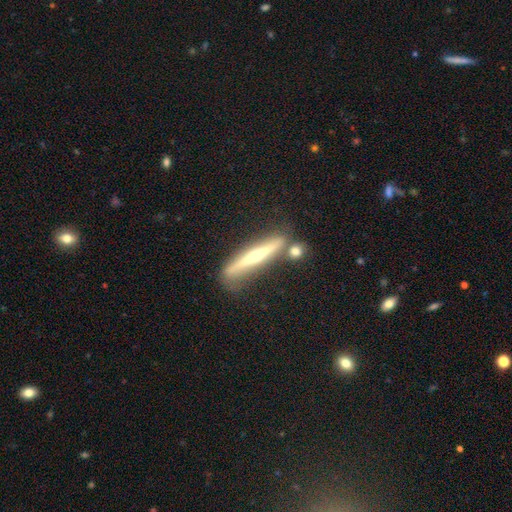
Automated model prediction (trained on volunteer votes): Overall: featured or disk (73%). Edge-on disk: yes (94%). Edge-on bulge: rounded (83%). Merging: none (71%).